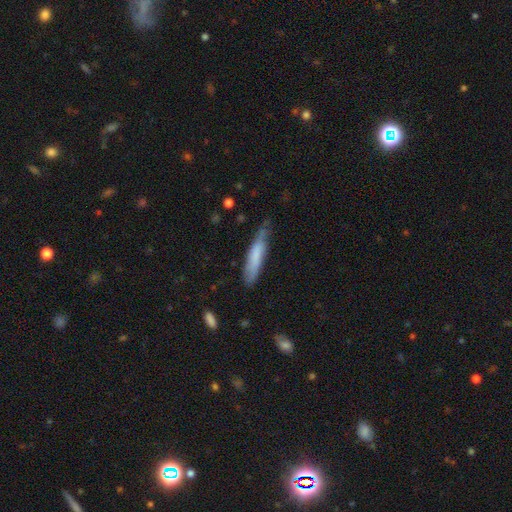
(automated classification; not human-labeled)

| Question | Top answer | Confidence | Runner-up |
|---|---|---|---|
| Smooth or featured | smooth | 68% | featured or disk (26%) |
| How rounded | cigar-shaped | 84% | in between (15%) |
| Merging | none | 58% | minor disturbance (32%) |